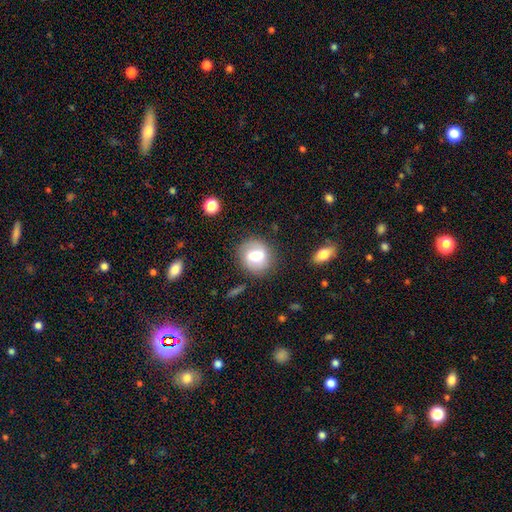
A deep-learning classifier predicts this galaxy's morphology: Q: Smooth or featured?
A: smooth (61%); runner-up: featured or disk (31%)
Q: How rounded?
A: round (74%); runner-up: in between (25%)
Q: Merging?
A: none (75%); runner-up: minor disturbance (16%)